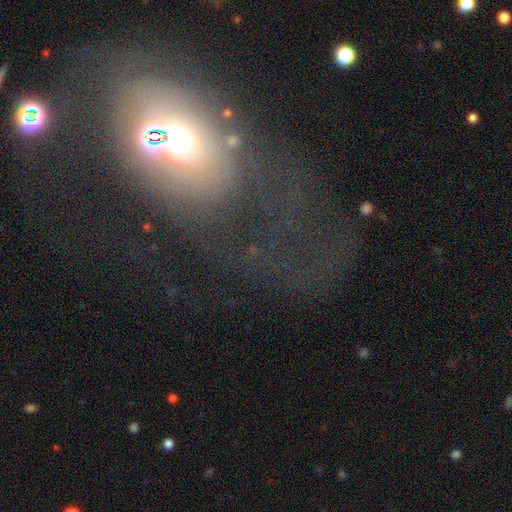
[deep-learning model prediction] This appears to be a featured or disk galaxy (44%). Merging: major disturbance (46%).